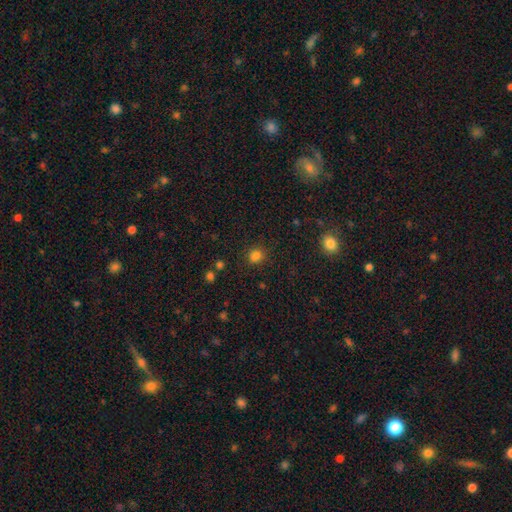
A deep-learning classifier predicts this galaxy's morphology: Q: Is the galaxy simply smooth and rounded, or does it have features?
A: smooth — 80%.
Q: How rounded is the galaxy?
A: round — 81%.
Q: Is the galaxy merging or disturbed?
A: none — 82%.